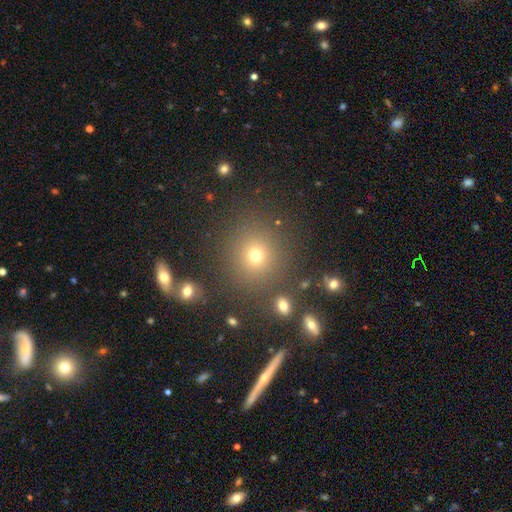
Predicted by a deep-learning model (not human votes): smooth_or_featured: smooth (p=0.72) [alt: star or artifact p=0.20]
how_rounded: round (p=0.89) [alt: in between p=0.10]
merging: none (p=0.84) [alt: minor disturbance p=0.08]